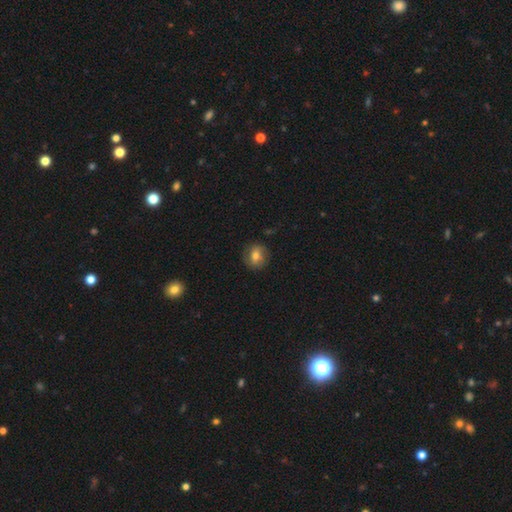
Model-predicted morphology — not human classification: type=smooth (56%); roundness=round (79%); merging=none (82%).